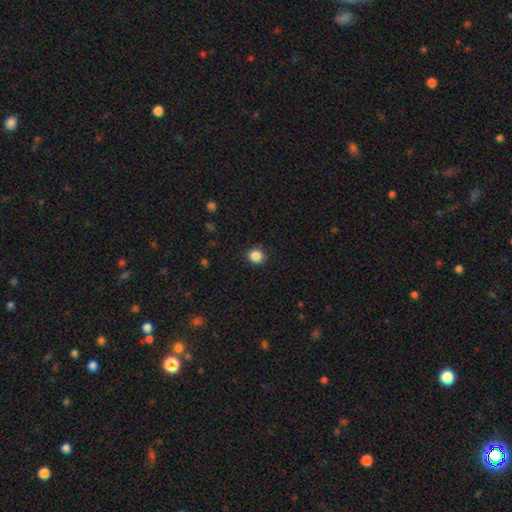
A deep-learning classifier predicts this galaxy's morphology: Smooth or featured? smooth (86%)
How rounded? round (86%)
Merging? none (90%)